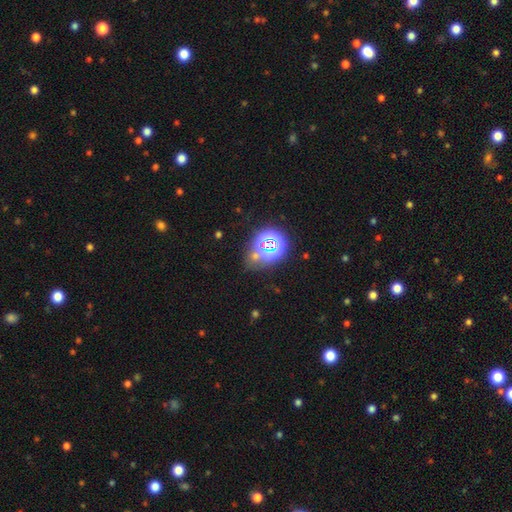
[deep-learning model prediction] Smooth or featured?
  - star or artifact: 57% *
  - smooth: 32%
  - featured or disk: 11%